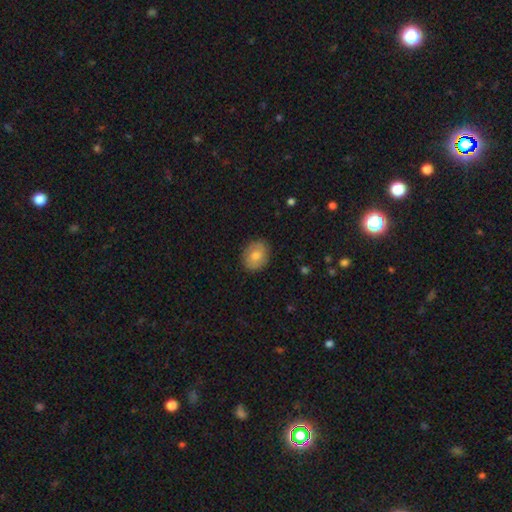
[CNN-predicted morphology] This is likely a smooth galaxy (71%). How rounded: possibly round (53%). Merging: clearly none (87%).